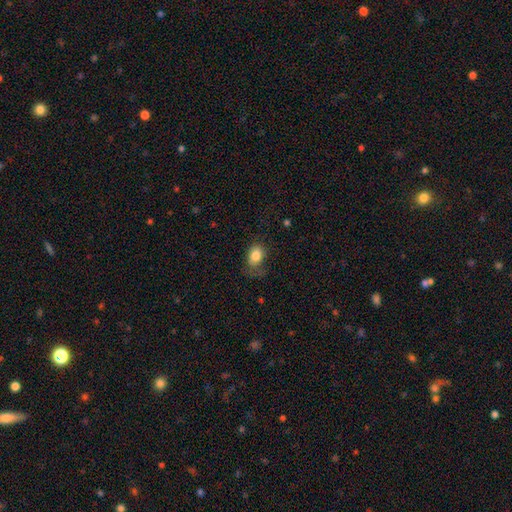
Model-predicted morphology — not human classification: smooth_or_featured: smooth (p=0.83) [alt: featured or disk p=0.09]
how_rounded: in between (p=0.72) [alt: round p=0.27]
merging: none (p=0.54) [alt: minor disturbance p=0.27]